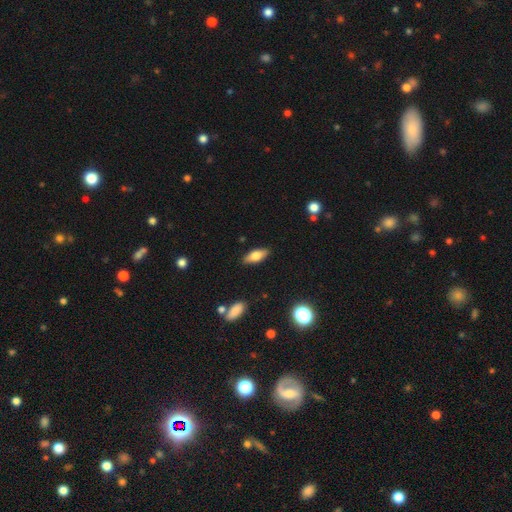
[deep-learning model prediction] Smooth or featured? smooth (68%)
How rounded? in between (77%)
Merging? none (86%)